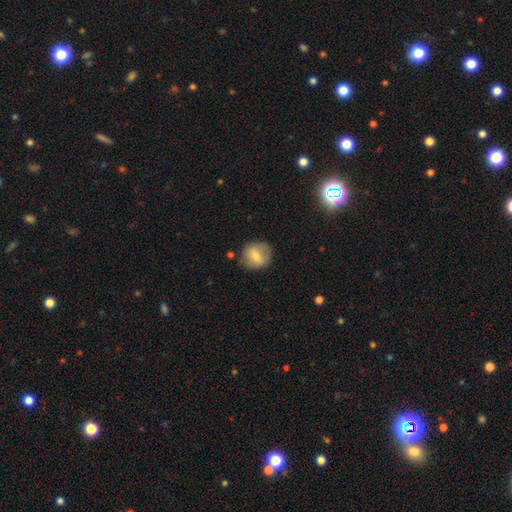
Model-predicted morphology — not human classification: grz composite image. It shows a smooth galaxy with no disk features (68%) that is round (82%). Merging: none (77%).